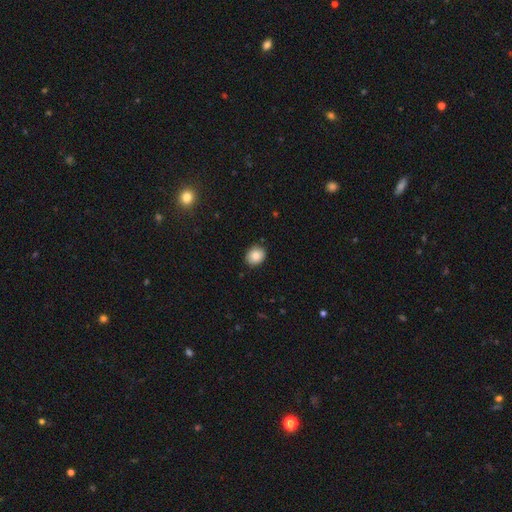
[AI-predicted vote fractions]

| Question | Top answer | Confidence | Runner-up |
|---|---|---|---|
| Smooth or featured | smooth | 86% | star or artifact (8%) |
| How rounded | round | 60% | in between (39%) |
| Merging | none | 88% | minor disturbance (9%) |